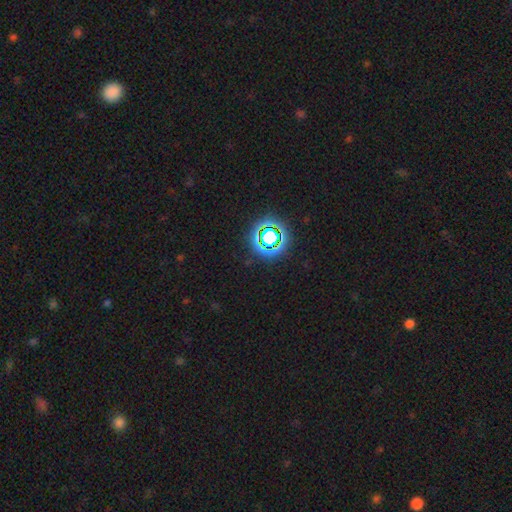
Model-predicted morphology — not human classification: Smooth or featured?
  - star or artifact: 74% *
  - smooth: 21%
  - featured or disk: 6%